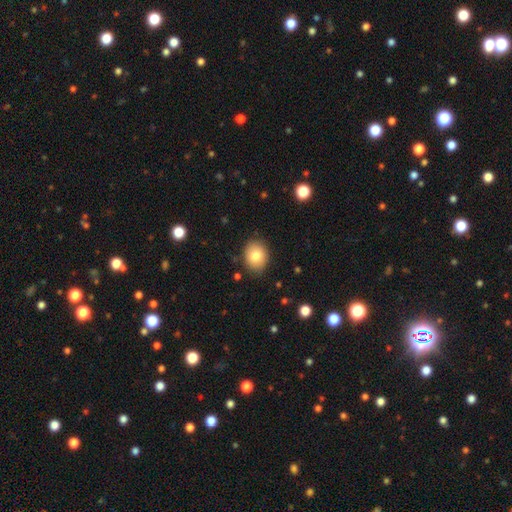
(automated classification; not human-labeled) This appears to be a smooth galaxy with no disk features (81%) that is round (51%). Merging: none (85%).